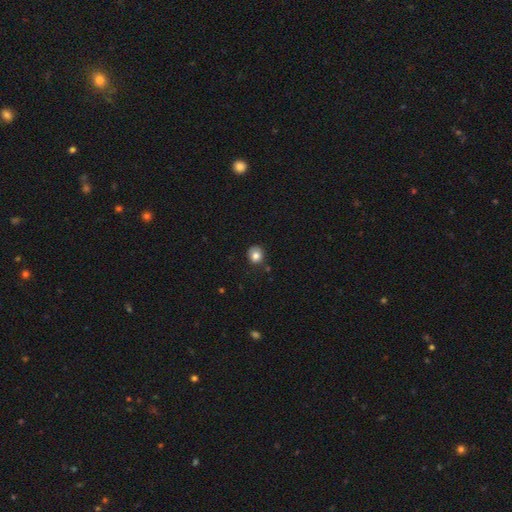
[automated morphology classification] Q: Smooth or featured?
A: smooth (80%); runner-up: star or artifact (10%)
Q: How rounded?
A: round (80%); runner-up: in between (19%)
Q: Merging?
A: none (73%); runner-up: minor disturbance (20%)